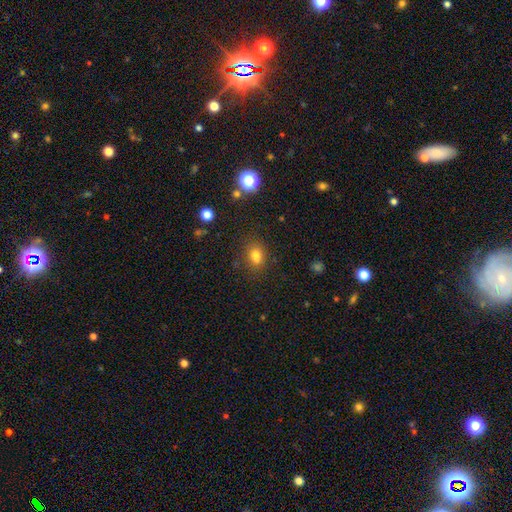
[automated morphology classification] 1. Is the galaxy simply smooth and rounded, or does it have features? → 75% smooth, 15% star or artifact, 9% featured or disk.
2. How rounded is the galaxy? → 59% in between, 39% round, 2% cigar-shaped.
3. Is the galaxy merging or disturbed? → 72% none, 15% minor disturbance, 7% merger, 5% major disturbance.